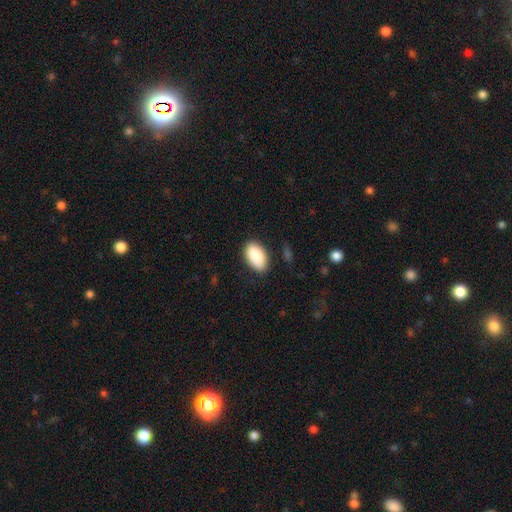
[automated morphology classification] A smooth galaxy with no disk features (90%) that is in between round and cigar-shaped (95%).

Vote fractions:
- Smooth or featured? smooth: 90% / star or artifact: 6% / featured or disk: 4%
- How rounded? in between: 95% / round: 4% / cigar-shaped: 2%
- Merging? none: 84% / minor disturbance: 12% / major disturbance: 3% / merger: 1%